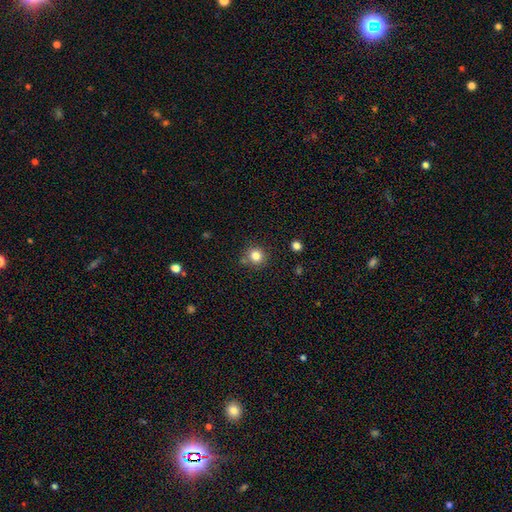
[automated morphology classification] Smooth or featured? Predicted: smooth (p=0.82). How rounded? Predicted: round (p=0.91). Merging? Predicted: none (p=0.81).